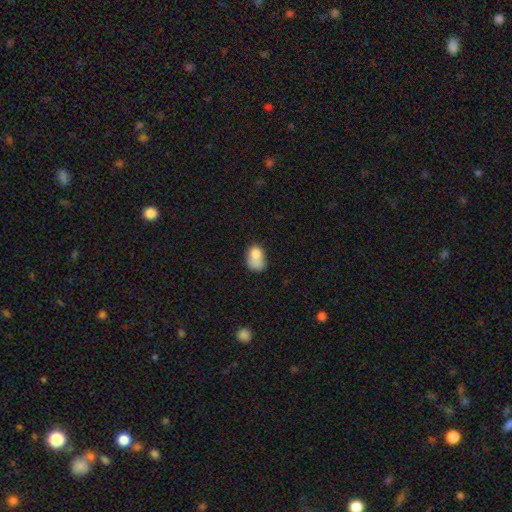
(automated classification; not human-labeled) Q: Smooth or featured?
A: smooth (77%); runner-up: featured or disk (14%)
Q: How rounded?
A: in between (73%); runner-up: round (26%)
Q: Merging?
A: none (29%); runner-up: minor disturbance (28%)